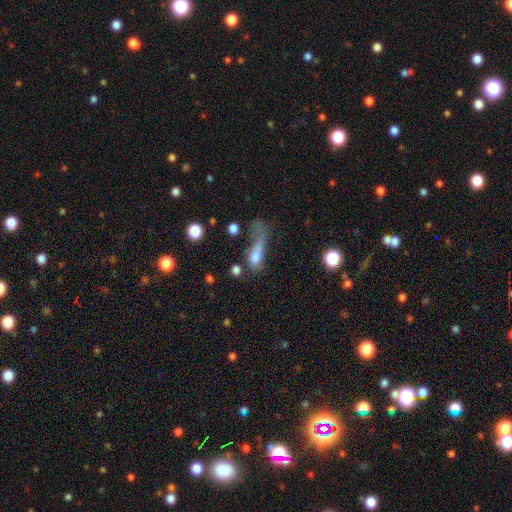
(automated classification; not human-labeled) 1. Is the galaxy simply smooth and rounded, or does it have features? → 63% smooth, 25% featured or disk, 12% star or artifact.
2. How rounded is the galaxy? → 51% in between, 35% cigar-shaped, 13% round.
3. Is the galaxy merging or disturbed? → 56% major disturbance, 17% none, 14% minor disturbance, 13% merger.